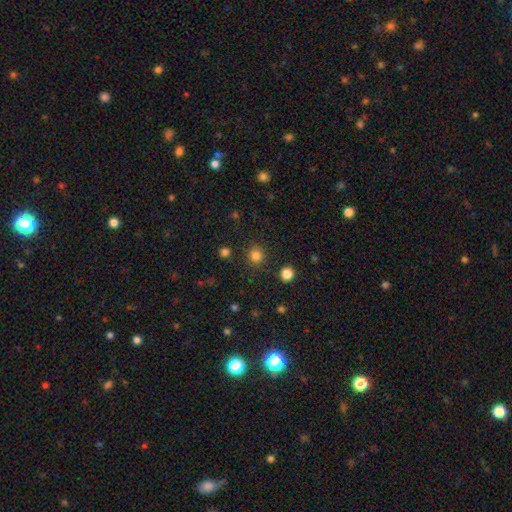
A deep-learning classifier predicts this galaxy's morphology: Smooth or featured?
  - smooth: 82% *
  - star or artifact: 15%
  - featured or disk: 4%
How rounded?
  - round: 92% *
  - in between: 7%
  - cigar-shaped: 1%
Merging?
  - none: 88% *
  - minor disturbance: 7%
  - merger: 3%
  - major disturbance: 3%